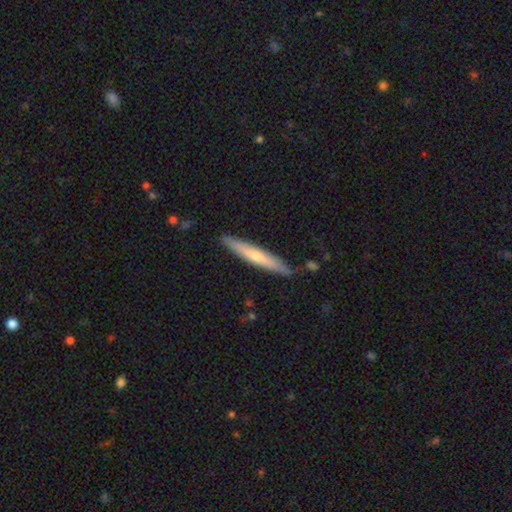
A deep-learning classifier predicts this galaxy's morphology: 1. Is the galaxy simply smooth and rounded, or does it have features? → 53% smooth, 41% featured or disk, 5% star or artifact.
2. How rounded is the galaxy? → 94% cigar-shaped, 5% in between, 1% round.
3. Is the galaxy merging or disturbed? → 88% none, 9% minor disturbance, 2% merger, 2% major disturbance.